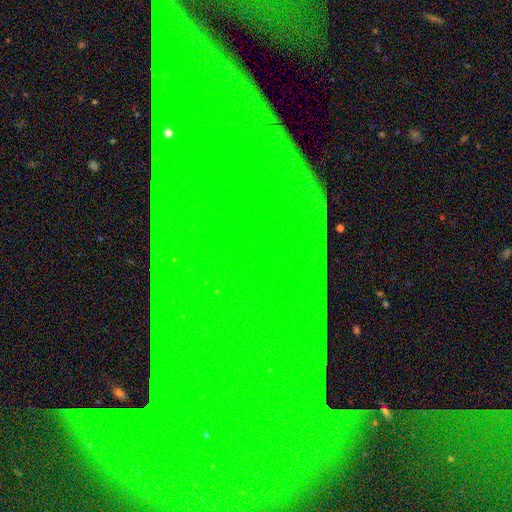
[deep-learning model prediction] The model was most divided on "smooth or featured": star or artifact: 83%, featured or disk: 9%, smooth: 8%.